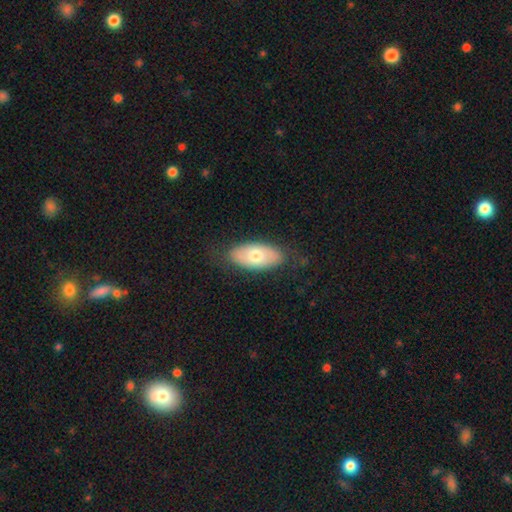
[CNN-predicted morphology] A smooth galaxy with no disk features (67%) that is in between round and cigar-shaped (92%).

Vote fractions:
- Smooth or featured? smooth: 67% / featured or disk: 28% / star or artifact: 6%
- How rounded? in between: 92% / cigar-shaped: 4% / round: 3%
- Merging? none: 80% / minor disturbance: 15% / major disturbance: 4% / merger: 1%